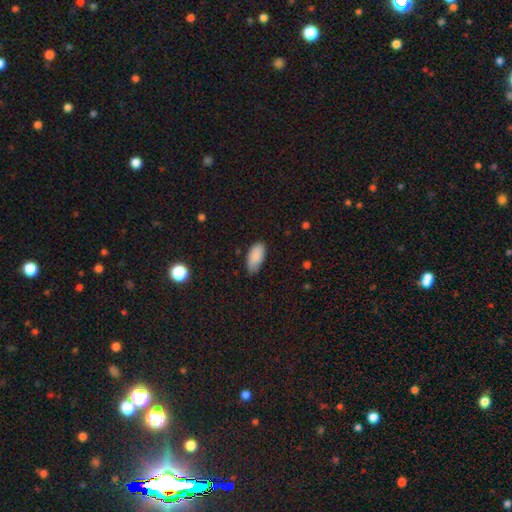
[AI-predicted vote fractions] A smooth galaxy with no disk features (88%) that is in between round and cigar-shaped (93%). Merging: none (69%).